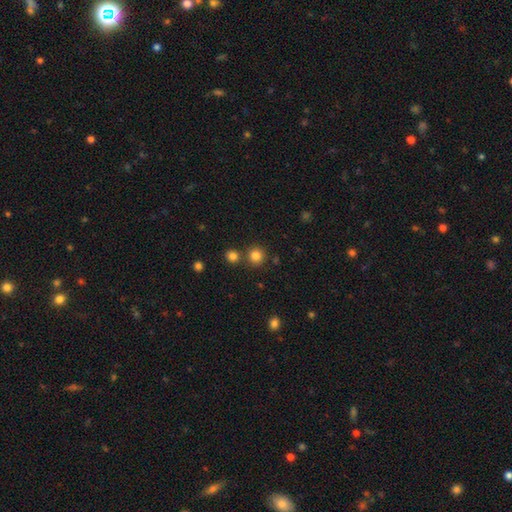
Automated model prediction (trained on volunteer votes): This is clearly a smooth galaxy (81%). How rounded: clearly round (93%). Merging: likely none (77%).